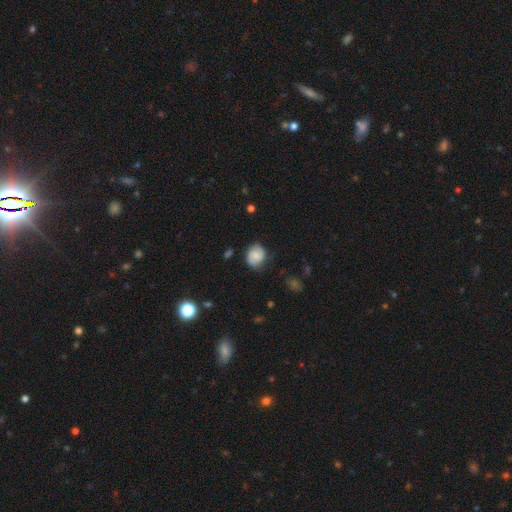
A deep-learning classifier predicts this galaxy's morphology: Smooth or featured? smooth (64%)
How rounded? round (68%)
Merging? none (70%)